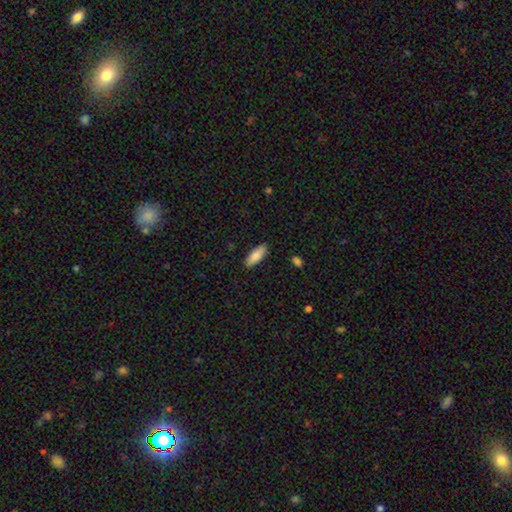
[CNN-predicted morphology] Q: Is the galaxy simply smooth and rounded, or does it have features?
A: smooth — 87%.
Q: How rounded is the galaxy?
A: in between — 67%.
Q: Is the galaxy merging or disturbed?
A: none — 88%.